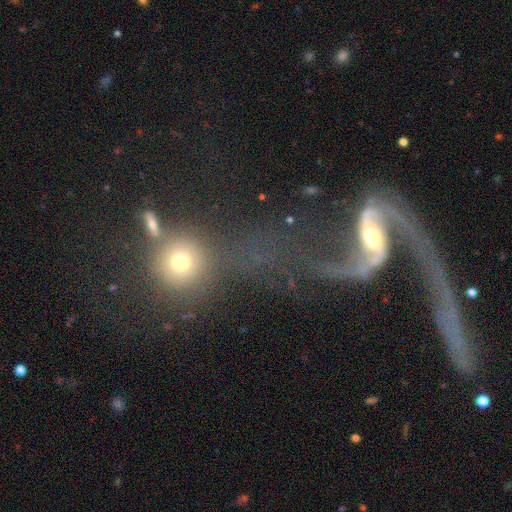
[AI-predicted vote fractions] A featured or disk galaxy (46%).

Vote fractions:
- Smooth or featured? featured or disk: 46% / smooth: 40% / star or artifact: 15%
- Merging? none: 37% / merger: 35% / major disturbance: 17% / minor disturbance: 11%